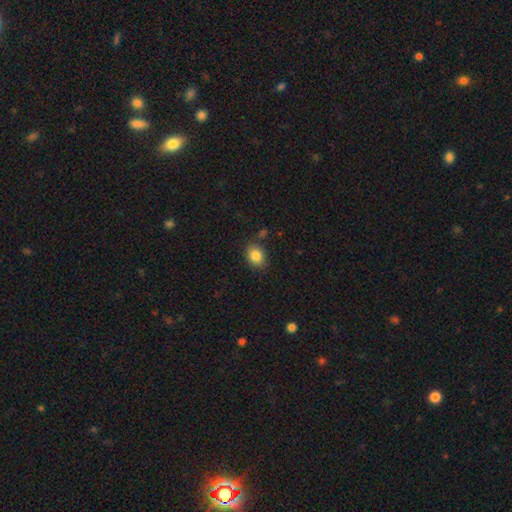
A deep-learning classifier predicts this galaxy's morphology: A smooth galaxy with no disk features (85%) that is in between round and cigar-shaped (60%). Merging: none (82%).